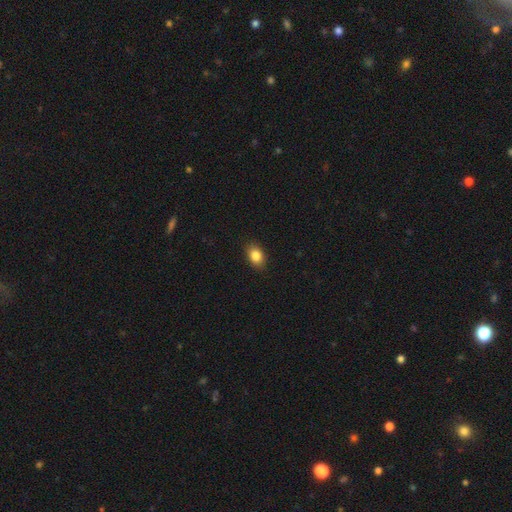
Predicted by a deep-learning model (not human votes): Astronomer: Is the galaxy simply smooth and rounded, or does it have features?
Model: smooth — 86%.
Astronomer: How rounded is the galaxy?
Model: in between — 80%.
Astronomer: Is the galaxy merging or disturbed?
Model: none — 88%.